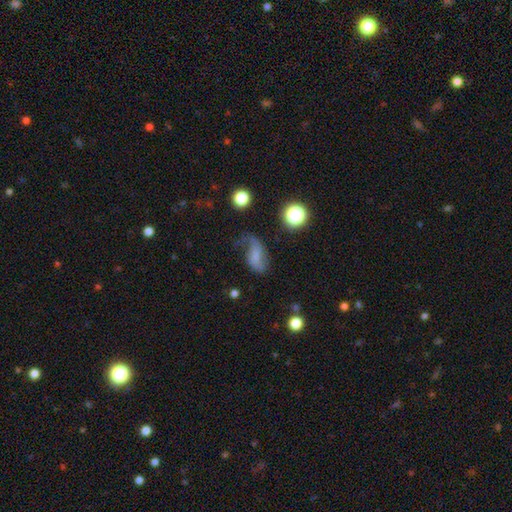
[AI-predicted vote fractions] Smooth or featured? featured or disk (47%)
Merging? none (36%)